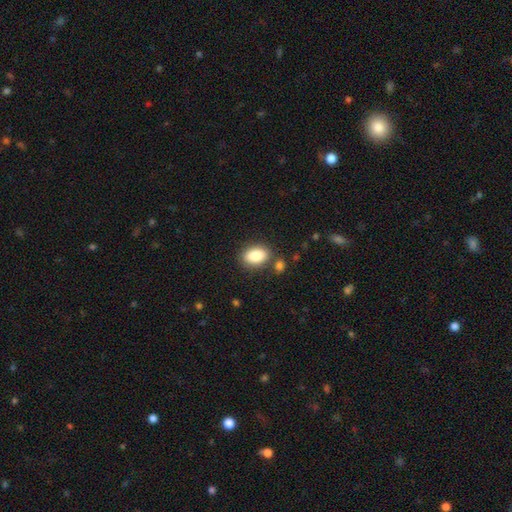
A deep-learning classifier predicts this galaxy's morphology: This appears to be a smooth galaxy with no disk features (87%) that is in between round and cigar-shaped (87%). Merging: none (76%).